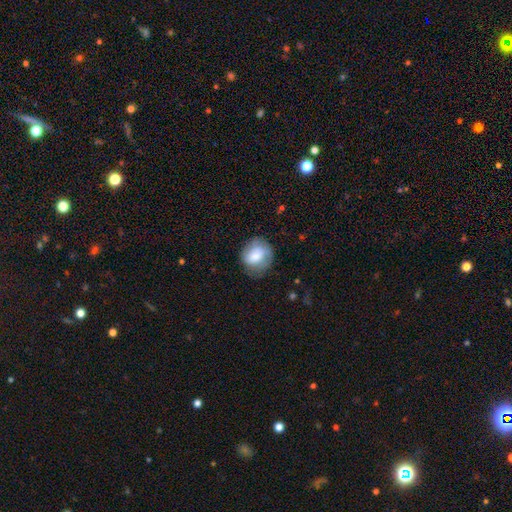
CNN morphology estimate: Smooth or featured? smooth (68%)
How rounded? round (69%)
Merging? none (67%)